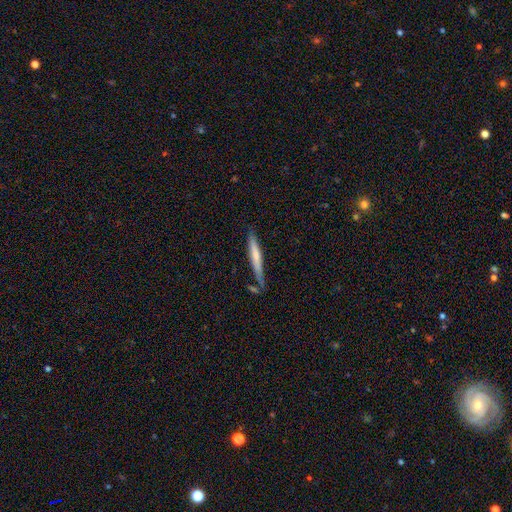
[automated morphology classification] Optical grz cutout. It shows a smooth galaxy with no disk features (61%) that is cigar-shaped (95%). Merging: none (75%).